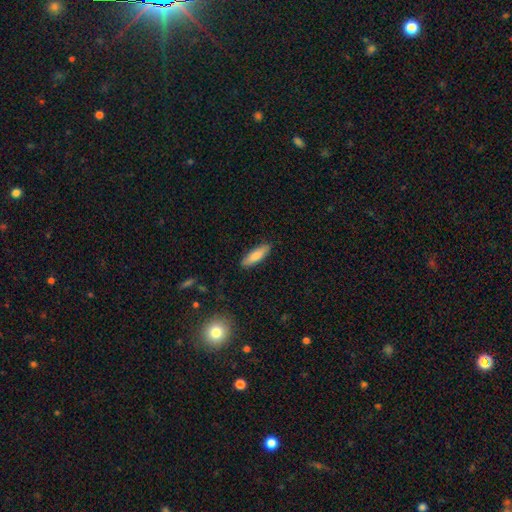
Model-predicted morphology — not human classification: A smooth galaxy with no disk features (82%) that is cigar-shaped (55%).

Vote fractions:
- Smooth or featured? smooth: 82% / featured or disk: 12% / star or artifact: 6%
- How rounded? cigar-shaped: 55% / in between: 44% / round: 2%
- Merging? none: 87% / minor disturbance: 10% / major disturbance: 2% / merger: 1%